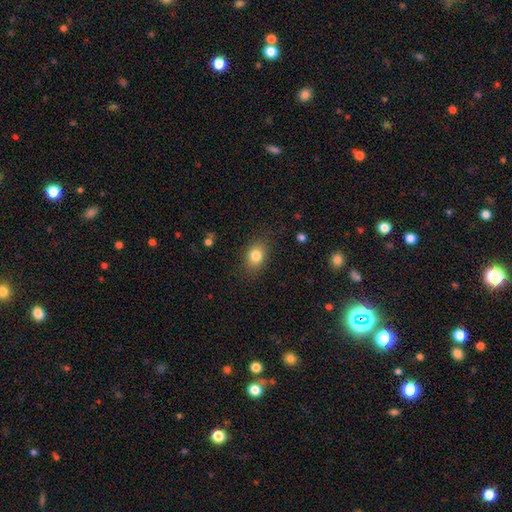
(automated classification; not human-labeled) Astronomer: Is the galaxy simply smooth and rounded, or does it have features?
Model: smooth — 82%.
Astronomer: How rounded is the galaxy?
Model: in between — 66%.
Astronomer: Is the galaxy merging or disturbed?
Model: none — 81%.